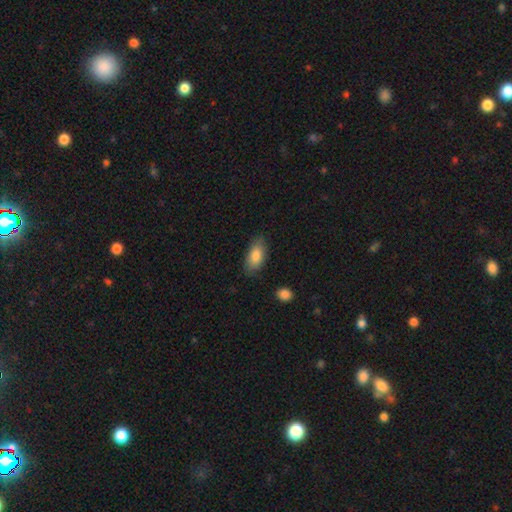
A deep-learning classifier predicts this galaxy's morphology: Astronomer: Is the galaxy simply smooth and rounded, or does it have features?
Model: smooth — 85%.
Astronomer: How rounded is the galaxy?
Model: in between — 89%.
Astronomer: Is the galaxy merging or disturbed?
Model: none — 83%.